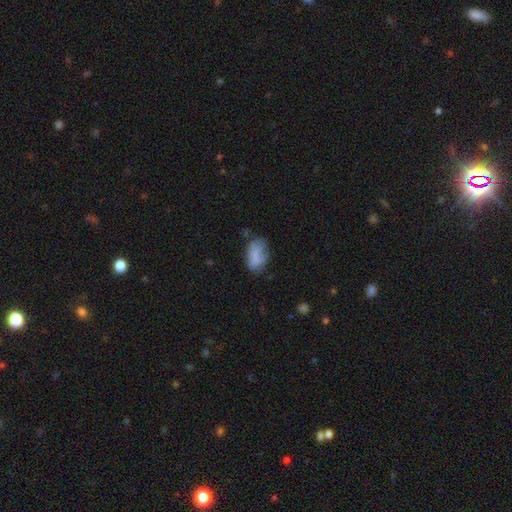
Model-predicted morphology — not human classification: smooth 73%, featured or disk 18%, star or artifact 9%. Down the decision tree: how rounded — in between (89%); merging — none (51%).